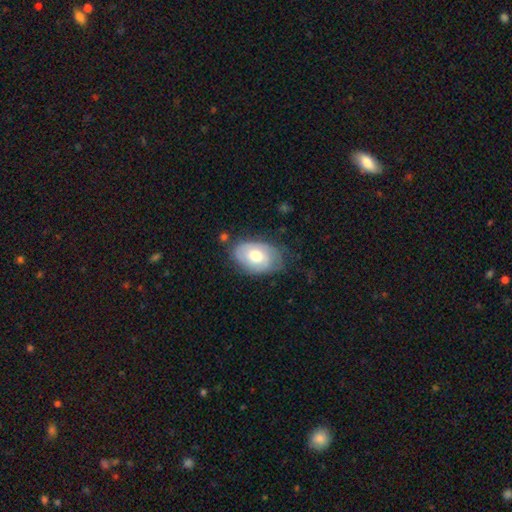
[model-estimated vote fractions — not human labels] Morphology: type=smooth (49%); merging=none (62%).